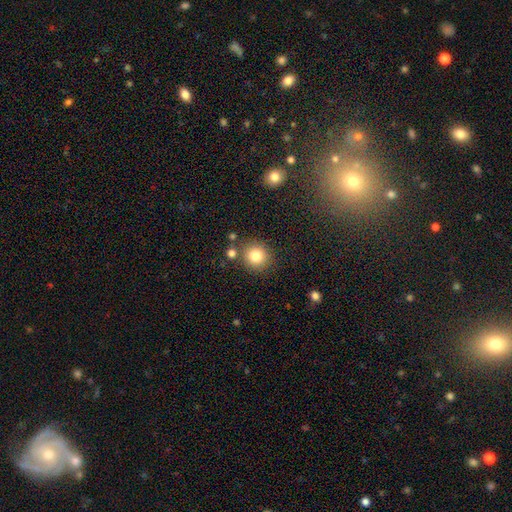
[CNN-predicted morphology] smooth_or_featured: smooth (p=0.82) [alt: star or artifact p=0.11]
how_rounded: round (p=0.91) [alt: in between p=0.08]
merging: none (p=0.81) [alt: minor disturbance p=0.09]